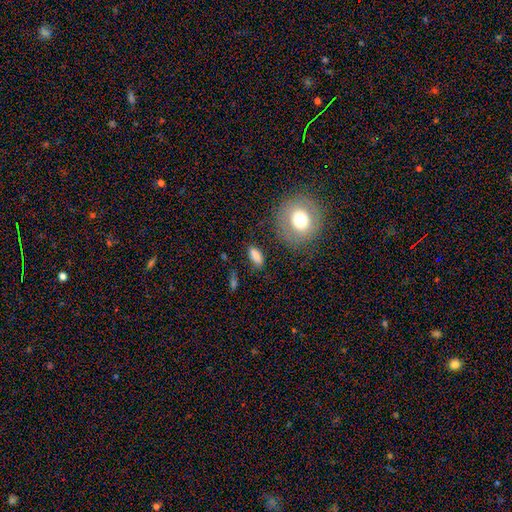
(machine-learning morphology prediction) type=smooth (83%); roundness=in between (77%); merging=none (81%).